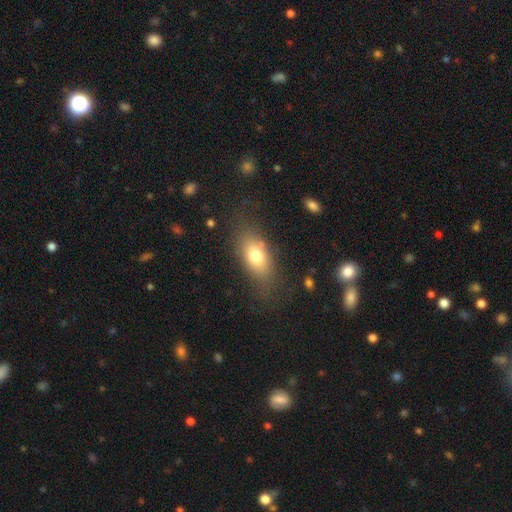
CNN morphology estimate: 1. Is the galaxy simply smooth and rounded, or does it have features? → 74% smooth, 17% featured or disk, 9% star or artifact.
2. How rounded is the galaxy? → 83% in between, 9% cigar-shaped, 8% round.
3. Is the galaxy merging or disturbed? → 71% none, 17% minor disturbance, 9% major disturbance, 3% merger.